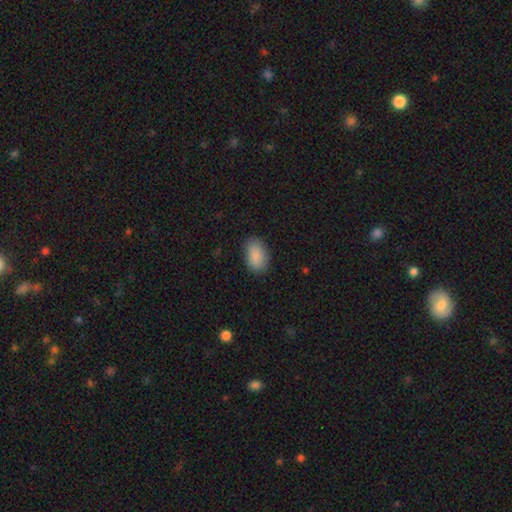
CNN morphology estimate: The model was most divided on "merging": none: 83%, minor disturbance: 13%, major disturbance: 3%, merger: 1%. More confident: how rounded — in between (92%); smooth or featured — smooth (89%).